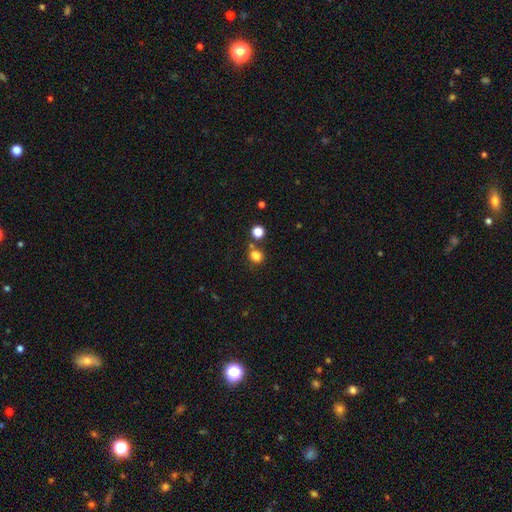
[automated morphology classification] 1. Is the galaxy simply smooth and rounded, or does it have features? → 81% smooth, 14% star or artifact, 5% featured or disk.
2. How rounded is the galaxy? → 73% round, 26% in between, 1% cigar-shaped.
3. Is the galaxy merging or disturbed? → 67% none, 18% merger, 11% minor disturbance, 4% major disturbance.